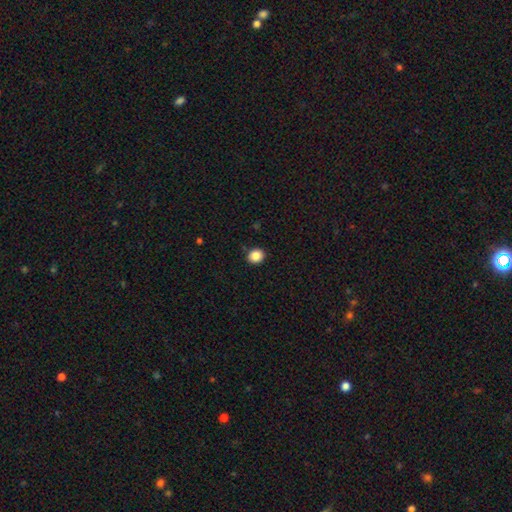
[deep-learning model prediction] Morphology: type=smooth (86%); roundness=round (77%); merging=none (90%).